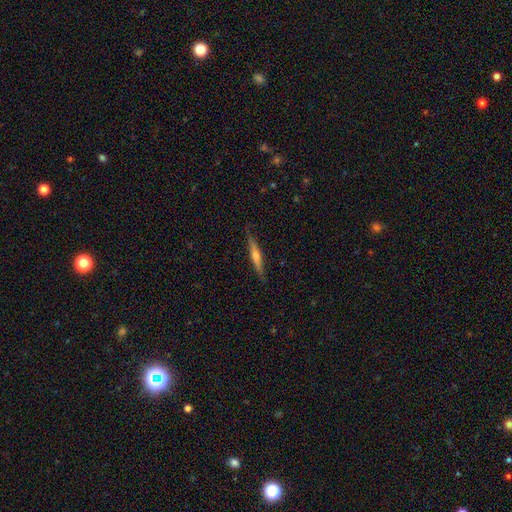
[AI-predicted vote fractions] Q: Smooth or featured?
A: featured or disk (59%); runner-up: smooth (35%)
Q: Edge-on disk?
A: yes (96%); runner-up: no (4%)
Q: Edge-on bulge?
A: rounded (75%); runner-up: none (18%)
Q: Merging?
A: none (87%); runner-up: minor disturbance (10%)